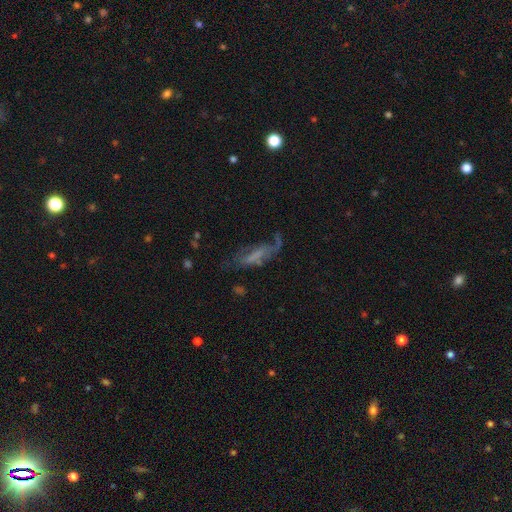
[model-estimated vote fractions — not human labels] Smooth or featured?
  - featured or disk: 48% *
  - smooth: 38%
  - star or artifact: 14%
Merging?
  - major disturbance: 36% *
  - none: 35%
  - minor disturbance: 24%
  - merger: 6%